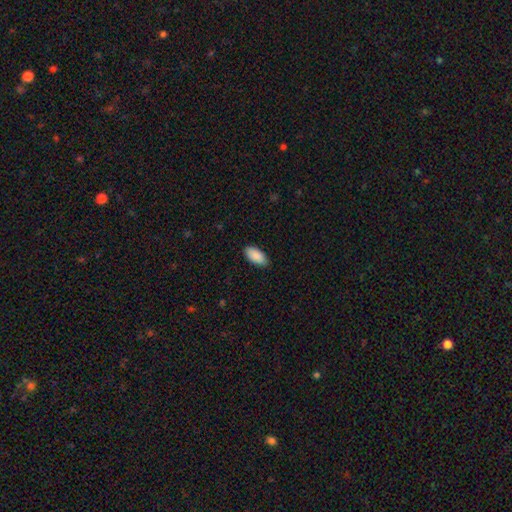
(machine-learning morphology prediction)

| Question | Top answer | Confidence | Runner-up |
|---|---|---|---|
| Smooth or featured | smooth | 90% | star or artifact (6%) |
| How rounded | in between | 93% | cigar-shaped (5%) |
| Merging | none | 86% | minor disturbance (11%) |